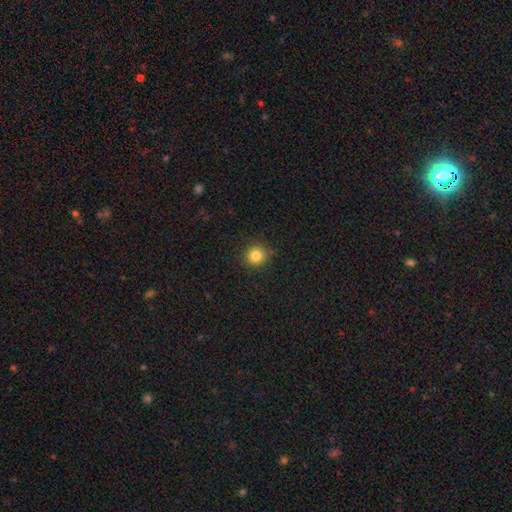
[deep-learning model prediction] Q: Smooth or featured?
A: smooth (83%); runner-up: star or artifact (12%)
Q: How rounded?
A: round (91%); runner-up: in between (8%)
Q: Merging?
A: none (90%); runner-up: minor disturbance (7%)